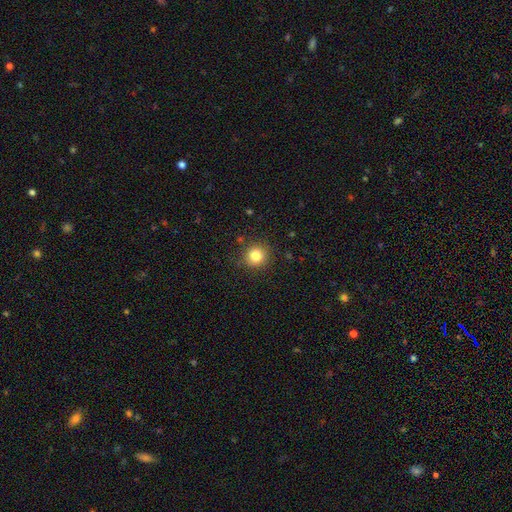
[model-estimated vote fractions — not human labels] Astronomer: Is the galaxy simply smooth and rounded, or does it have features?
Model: smooth — 82%.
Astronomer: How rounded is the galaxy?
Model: round — 92%.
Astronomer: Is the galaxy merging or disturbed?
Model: none — 88%.